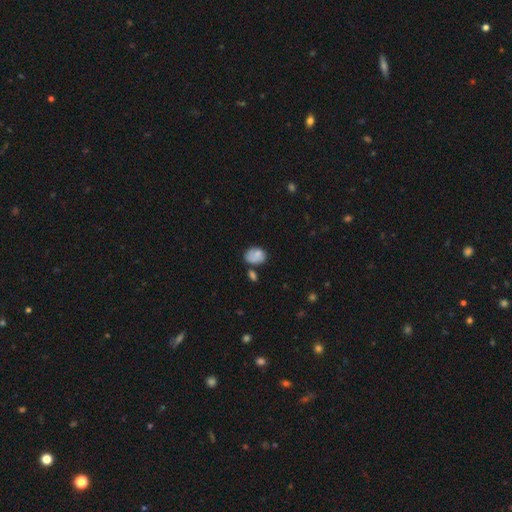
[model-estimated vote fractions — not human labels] A smooth galaxy with no disk features (78%) that is in between round and cigar-shaped (70%).

Vote fractions:
- Smooth or featured? smooth: 78% / featured or disk: 13% / star or artifact: 9%
- How rounded? in between: 70% / round: 29% / cigar-shaped: 1%
- Merging? none: 47% / minor disturbance: 27% / merger: 17% / major disturbance: 9%